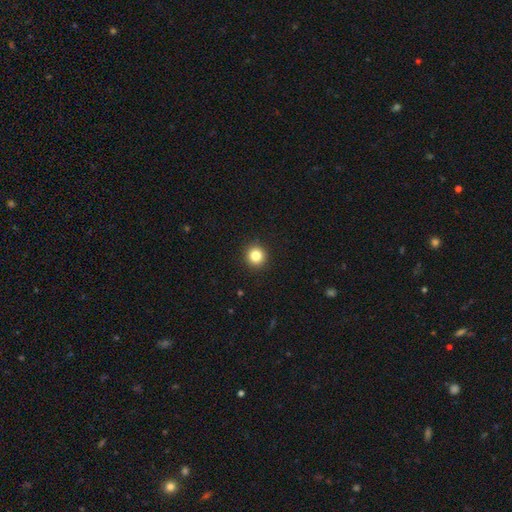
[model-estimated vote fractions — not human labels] Smooth or featured? Predicted: smooth (p=0.84). How rounded? Predicted: round (p=0.94). Merging? Predicted: none (p=0.93).